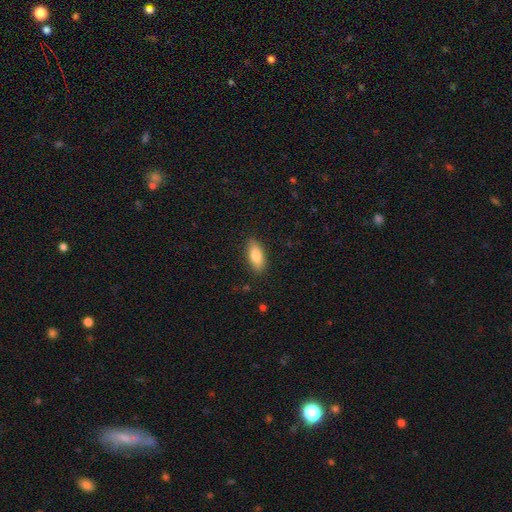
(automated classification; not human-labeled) Overall: smooth (81%). How rounded: in between (80%). Merging: none (87%).